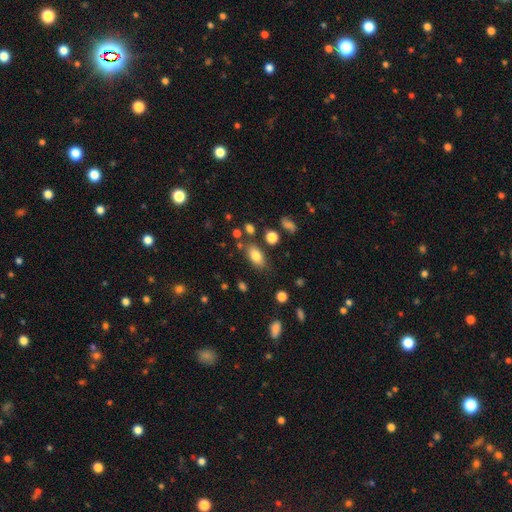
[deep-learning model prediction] Smooth or featured: smooth — 80% (featured or disk — 10%)
How rounded: in between — 88% (round — 9%)
Merging: none — 76% (minor disturbance — 14%)